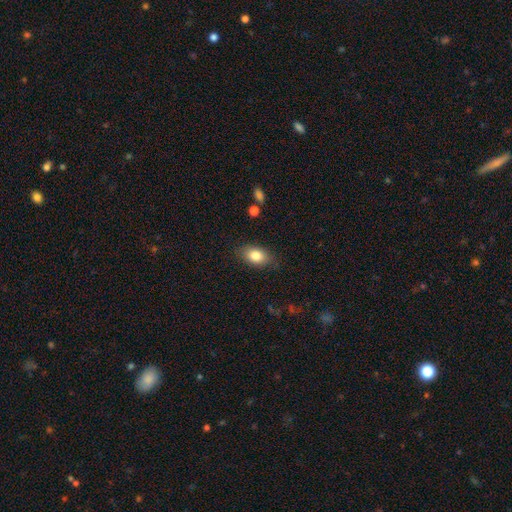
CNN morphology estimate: This appears to be a smooth galaxy with no disk features (83%) that is in between round and cigar-shaped (87%). Merging: none (82%).